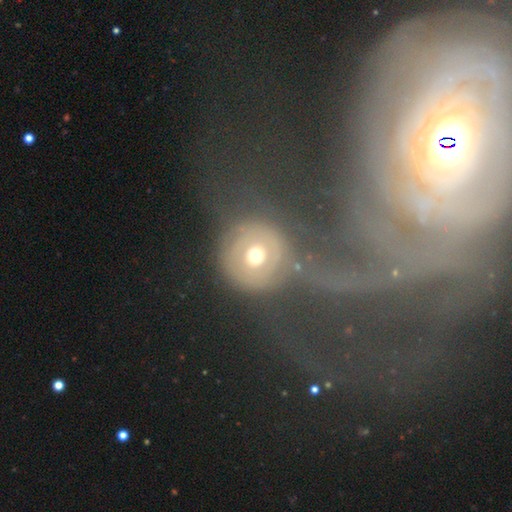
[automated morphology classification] Q: Smooth or featured?
A: featured or disk (47%); runner-up: smooth (41%)
Q: Merging?
A: none (58%); runner-up: major disturbance (20%)